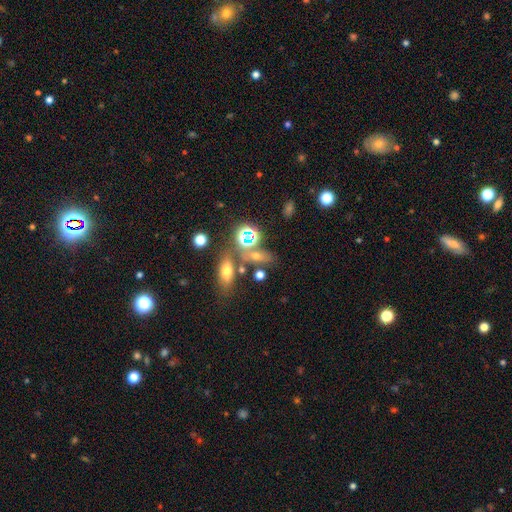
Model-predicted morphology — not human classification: Smooth or featured? smooth (48%)
Merging? none (58%)